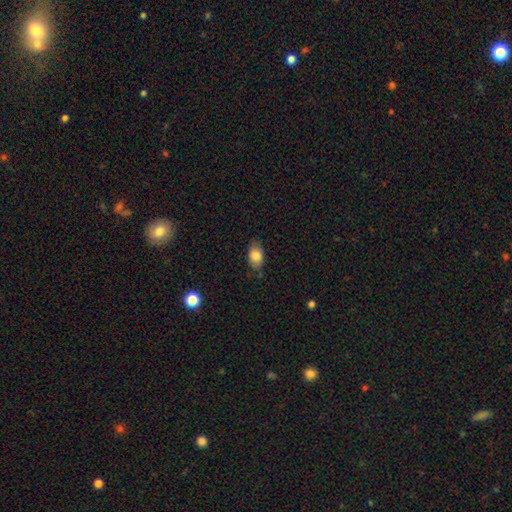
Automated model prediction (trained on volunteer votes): A smooth galaxy with no disk features (82%) that is in between round and cigar-shaped (87%). Merging: none (74%).